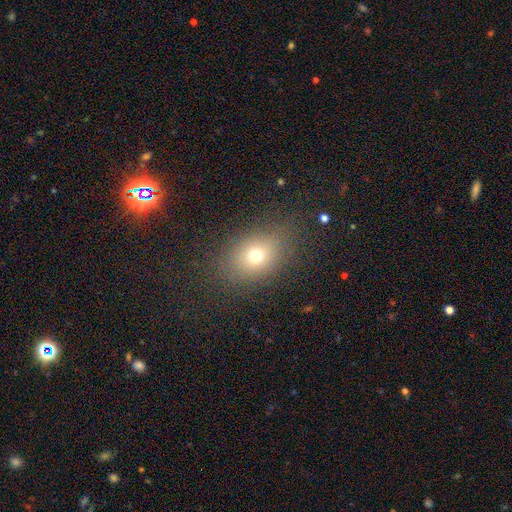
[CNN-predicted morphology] Smooth or featured? Predicted: smooth (p=0.70). How rounded? Predicted: in between (p=0.57). Merging? Predicted: none (p=0.79).